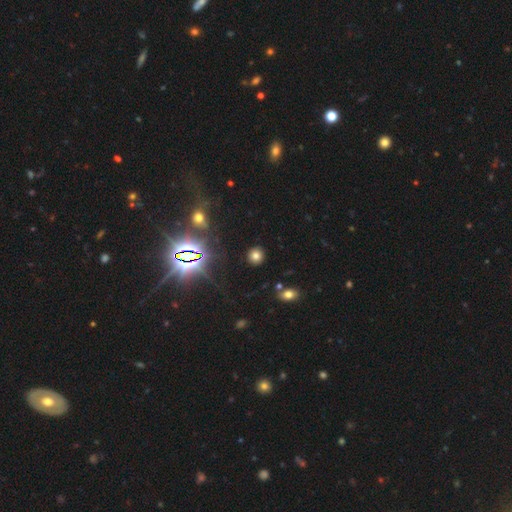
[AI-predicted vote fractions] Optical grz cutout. It shows a smooth galaxy with no disk features (70%) that is round (86%). Merging: none (89%).